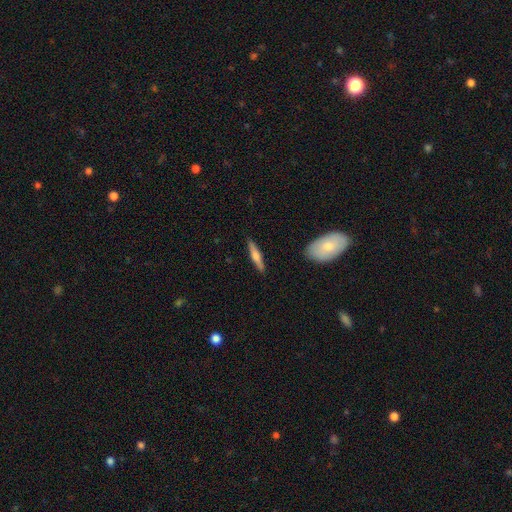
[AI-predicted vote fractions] Smooth or featured: smooth — 52% (featured or disk — 42%)
How rounded: cigar-shaped — 86% (in between — 12%)
Merging: none — 89% (minor disturbance — 8%)